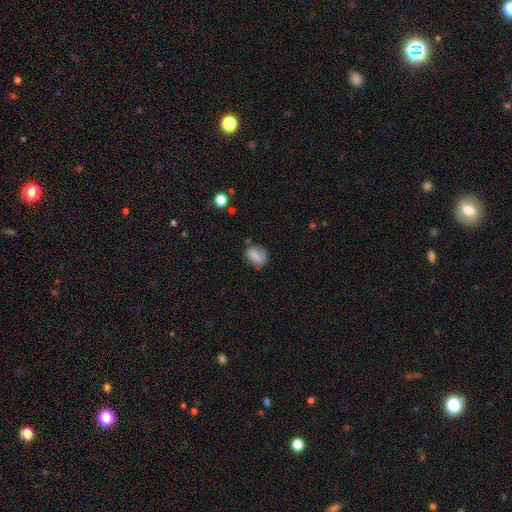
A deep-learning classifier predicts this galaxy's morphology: This is likely a smooth galaxy (75%). How rounded: likely in between (64%). Merging: likely none (65%).